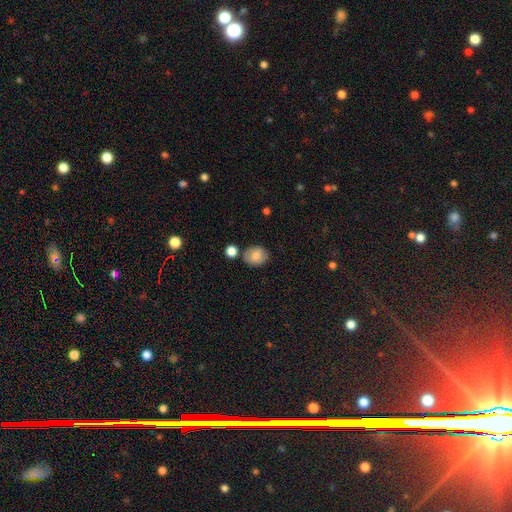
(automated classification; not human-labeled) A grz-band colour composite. It shows a smooth galaxy with no disk features (80%) that is round (60%). Merging: none (74%).